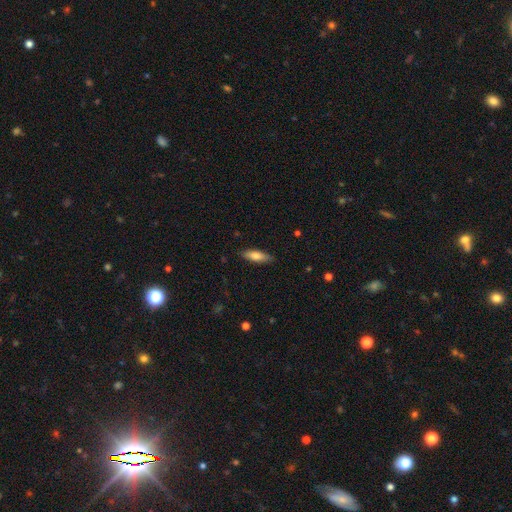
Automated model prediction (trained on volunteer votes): Smooth or featured?
  - smooth: 74% *
  - featured or disk: 20%
  - star or artifact: 6%
How rounded?
  - cigar-shaped: 50% *
  - in between: 48%
  - round: 2%
Merging?
  - none: 85% *
  - minor disturbance: 12%
  - major disturbance: 2%
  - merger: 1%